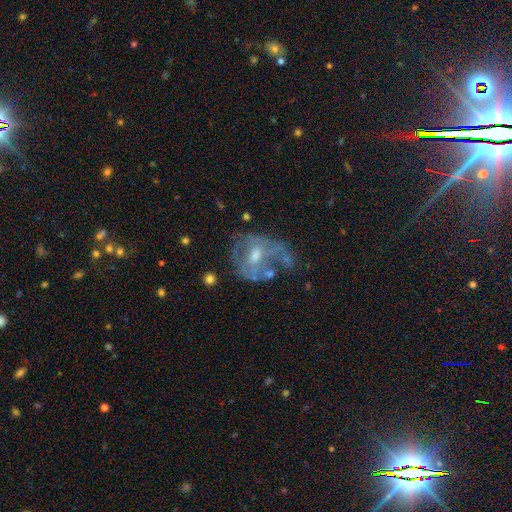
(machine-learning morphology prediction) smooth_or_featured: featured or disk (p=0.68) [alt: smooth p=0.22]
disk_edge_on: no (p=0.96) [alt: yes p=0.04]
bar: no (p=0.67) [alt: weak p=0.27]
has_spiral_arms: no (p=0.63) [alt: yes p=0.37]
bulge_size: moderate (p=0.65) [alt: small p=0.24]
merging: none (p=0.37) [alt: major disturbance p=0.28]